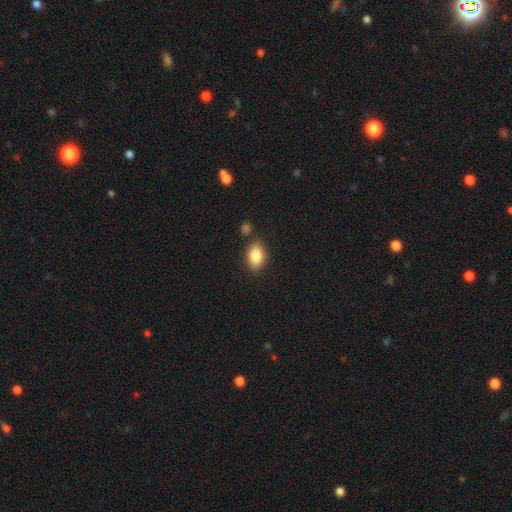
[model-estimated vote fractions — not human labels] Morphology: type=smooth (85%); roundness=in between (88%); merging=none (79%).